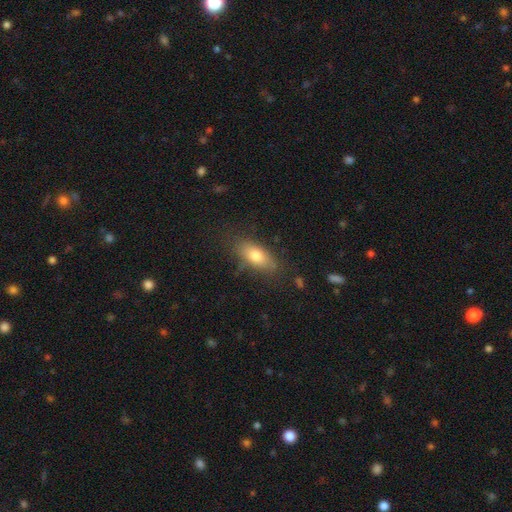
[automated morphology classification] Smooth or featured?
  - smooth: 74% *
  - featured or disk: 18%
  - star or artifact: 8%
How rounded?
  - in between: 81% *
  - cigar-shaped: 14%
  - round: 5%
Merging?
  - none: 76% *
  - minor disturbance: 17%
  - major disturbance: 5%
  - merger: 2%